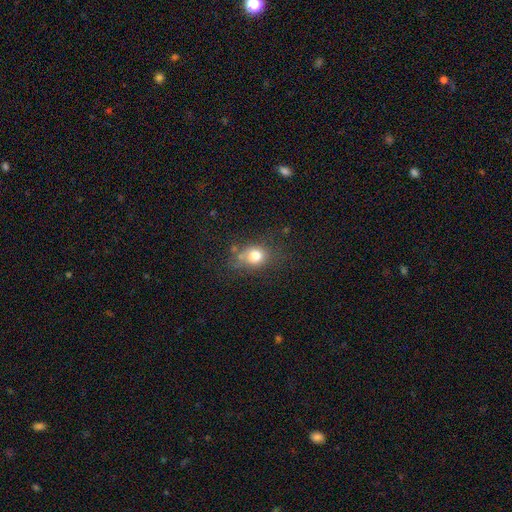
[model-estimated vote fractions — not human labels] smooth 76%, star or artifact 13%, featured or disk 11%. Down the decision tree: how rounded — round (58%); merging — none (59%).